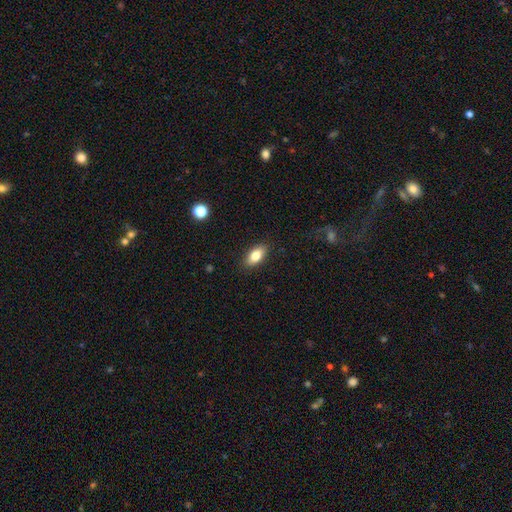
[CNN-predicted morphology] This appears to be a smooth galaxy with no disk features (81%) that is in between round and cigar-shaped (89%). Merging: none (88%).